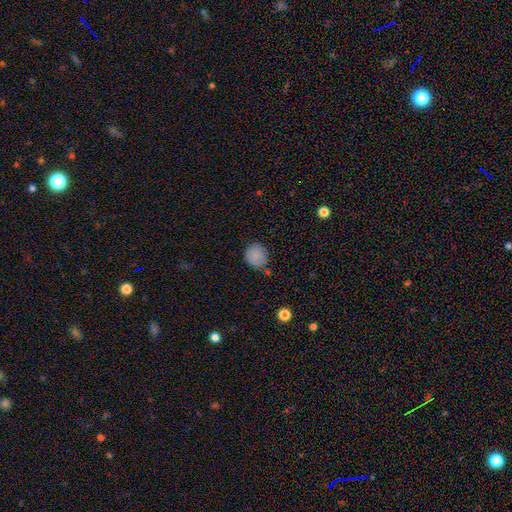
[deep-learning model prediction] Q: Smooth or featured?
A: smooth (85%); runner-up: star or artifact (9%)
Q: How rounded?
A: round (78%); runner-up: in between (21%)
Q: Merging?
A: none (74%); runner-up: minor disturbance (17%)